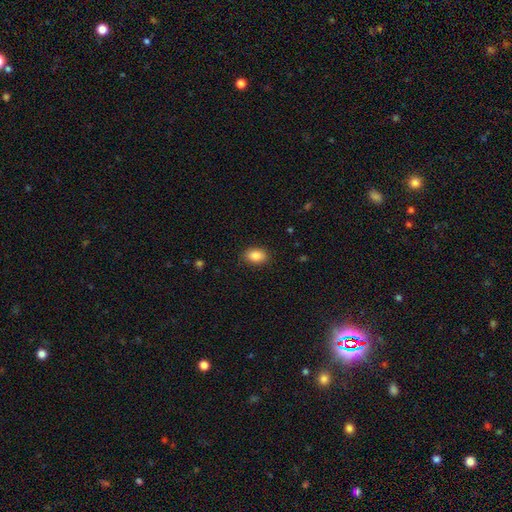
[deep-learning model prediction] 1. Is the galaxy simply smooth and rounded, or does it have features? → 88% smooth, 8% star or artifact, 4% featured or disk.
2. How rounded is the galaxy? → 86% in between, 12% round, 1% cigar-shaped.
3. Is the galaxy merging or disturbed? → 87% none, 9% minor disturbance, 2% major disturbance, 1% merger.